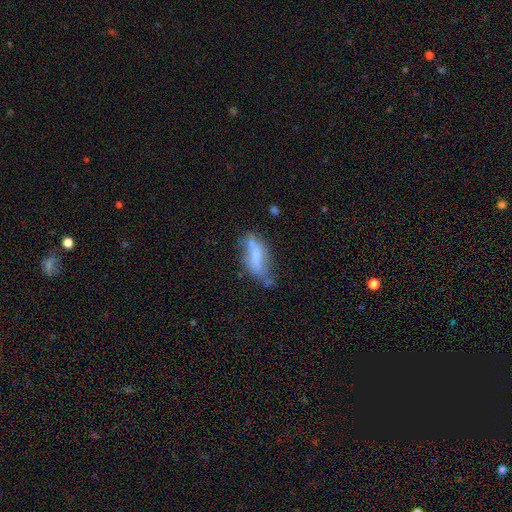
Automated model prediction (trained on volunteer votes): A smooth galaxy with no disk features (50%) that is in between round and cigar-shaped (61%).

Vote fractions:
- Smooth or featured? smooth: 50% / featured or disk: 41% / star or artifact: 9%
- How rounded? in between: 61% / cigar-shaped: 36% / round: 3%
- Merging? none: 36% / minor disturbance: 33% / major disturbance: 19% / merger: 11%